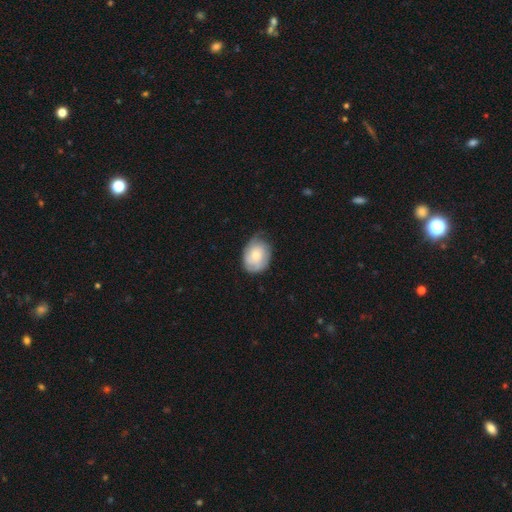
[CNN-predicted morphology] Smooth or featured? smooth (48%)
Merging? none (59%)